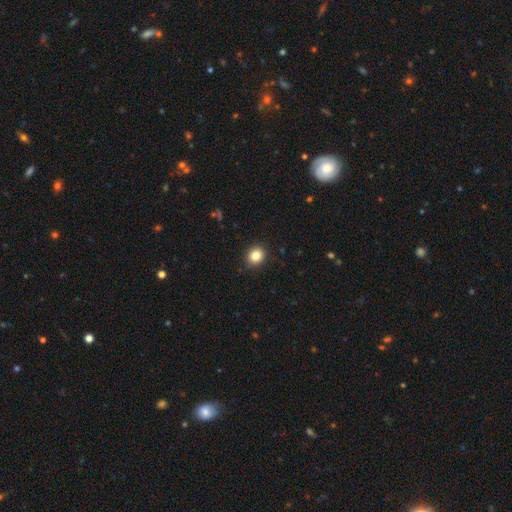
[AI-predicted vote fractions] Smooth or featured: smooth — 85% (star or artifact — 10%)
How rounded: round — 79% (in between — 20%)
Merging: none — 90% (minor disturbance — 7%)